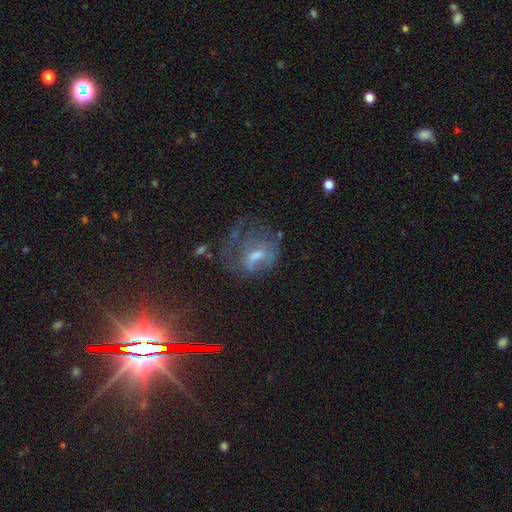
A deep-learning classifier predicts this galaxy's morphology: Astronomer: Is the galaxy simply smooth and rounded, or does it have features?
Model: featured or disk — 48% (runner-up: smooth, 27%).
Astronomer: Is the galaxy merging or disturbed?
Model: none — 42% (runner-up: major disturbance, 33%).